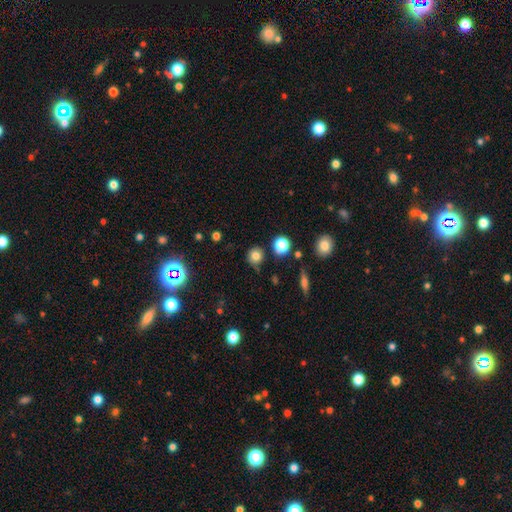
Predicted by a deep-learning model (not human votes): A smooth galaxy with no disk features (78%) that is round (87%).

Vote fractions:
- Smooth or featured? smooth: 78% / star or artifact: 14% / featured or disk: 8%
- How rounded? round: 87% / in between: 12% / cigar-shaped: 1%
- Merging? none: 75% / minor disturbance: 16% / major disturbance: 4% / merger: 4%